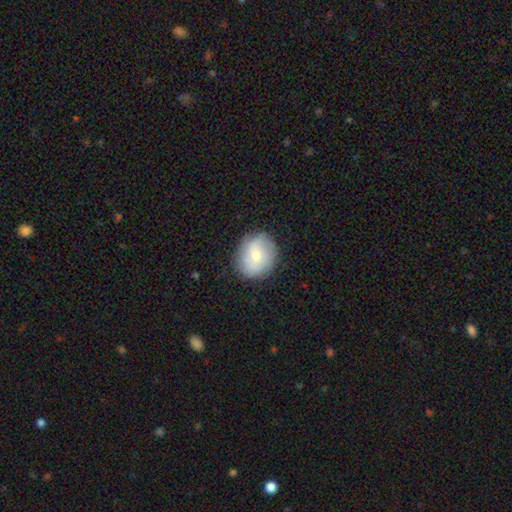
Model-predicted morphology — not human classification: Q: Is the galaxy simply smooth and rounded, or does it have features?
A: smooth — 61%.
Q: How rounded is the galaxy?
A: round — 73%.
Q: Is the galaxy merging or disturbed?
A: none — 82%.